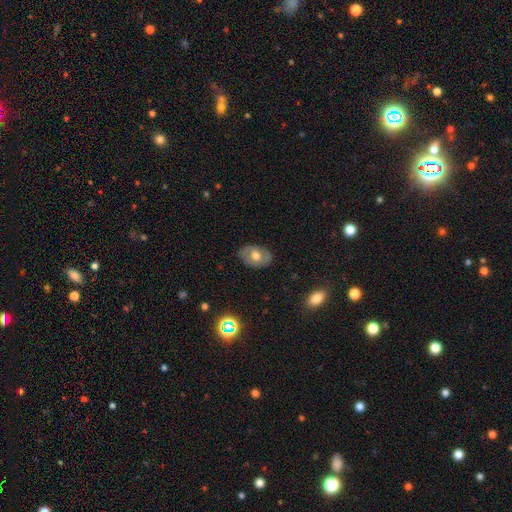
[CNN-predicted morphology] Smooth or featured? Predicted: smooth (p=0.50). How rounded? Predicted: in between (p=0.76). Merging? Predicted: none (p=0.82).